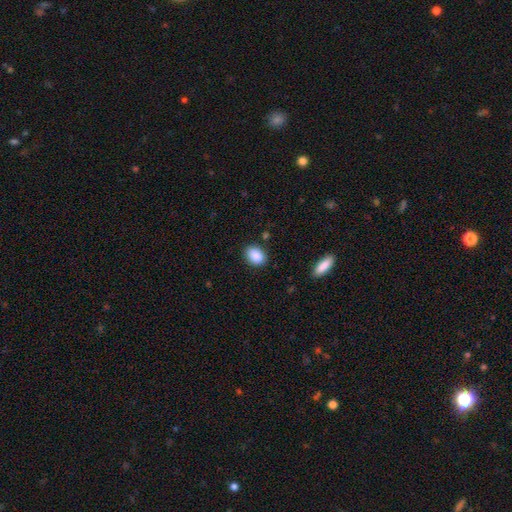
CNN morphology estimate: type=smooth (89%); roundness=in between (75%); merging=none (85%).